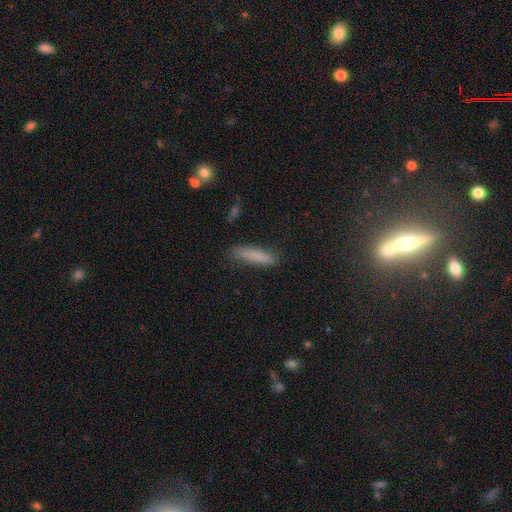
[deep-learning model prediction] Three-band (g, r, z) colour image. It shows a smooth galaxy with no disk features (83%) that is cigar-shaped (85%). Merging: none (84%).